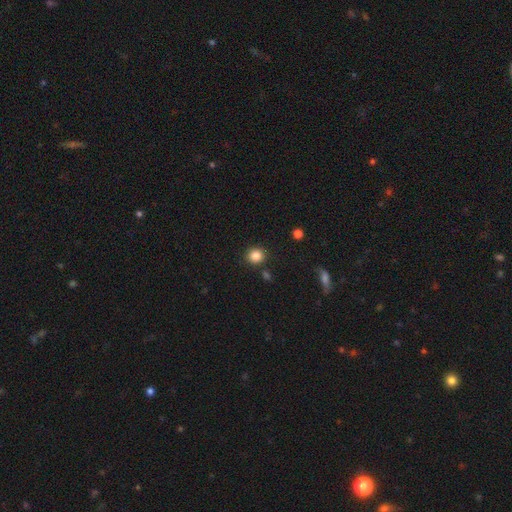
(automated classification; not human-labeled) smooth-or-featured: smooth: 85% | star or artifact: 11% | featured or disk: 4%
  how-rounded: round: 88% | in between: 11% | cigar-shaped: 1%
  merging: none: 87% | minor disturbance: 7% | merger: 4% | major disturbance: 2%